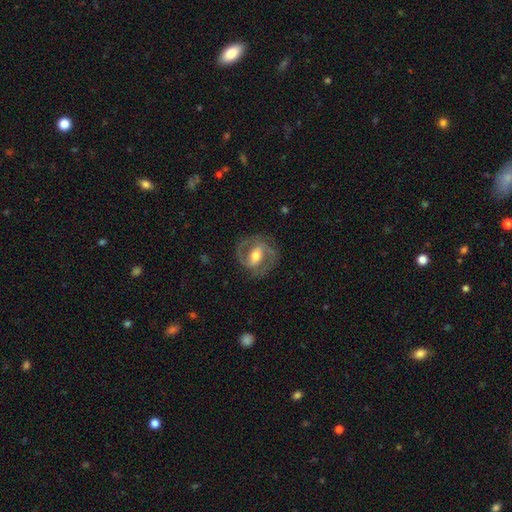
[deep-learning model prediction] Smooth or featured?
  - featured or disk: 86% *
  - smooth: 9%
  - star or artifact: 5%
Edge-on disk?
  - no: 97% *
  - yes: 3%
Bar?
  - strong: 46% *
  - weak: 39%
  - no: 15%
Spiral arms?
  - yes: 94% *
  - no: 6%
Spiral winding?
  - medium: 56% *
  - tight: 31%
  - loose: 14%
Spiral arm count?
  - 2: 91% *
  - can't tell: 3%
  - 1: 2%
  - 3: 2%
  - 4: 1%
  - more than 4: 1%
Bulge size?
  - moderate: 70% *
  - small: 19%
  - large: 9%
  - none: 1%
  - dominant: 1%
Merging?
  - none: 82% *
  - minor disturbance: 12%
  - major disturbance: 5%
  - merger: 1%